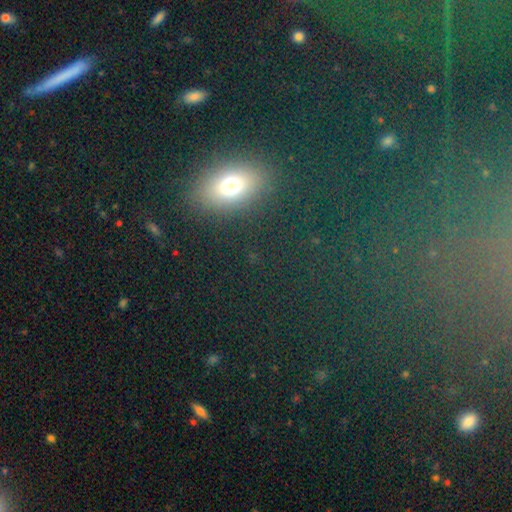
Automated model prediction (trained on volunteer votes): The model was most divided on "smooth or featured": smooth: 69%, star or artifact: 20%, featured or disk: 12%. More confident: merging — none (90%); how rounded — in between (85%).